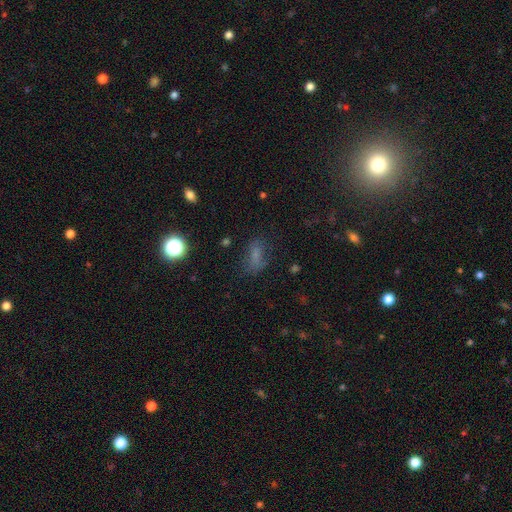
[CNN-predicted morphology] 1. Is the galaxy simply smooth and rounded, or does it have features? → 61% smooth, 25% star or artifact, 14% featured or disk.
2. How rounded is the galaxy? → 76% in between, 13% round, 11% cigar-shaped.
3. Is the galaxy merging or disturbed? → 62% none, 22% minor disturbance, 14% major disturbance, 3% merger.